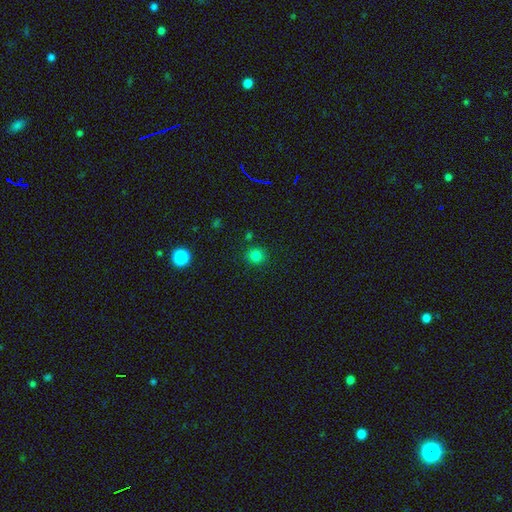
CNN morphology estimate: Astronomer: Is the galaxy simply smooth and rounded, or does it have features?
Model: smooth — 80%.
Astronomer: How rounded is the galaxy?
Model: round — 92%.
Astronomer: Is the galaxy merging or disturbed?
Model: none — 87%.